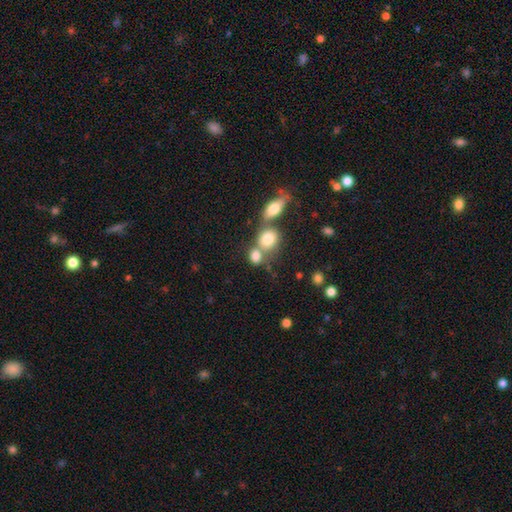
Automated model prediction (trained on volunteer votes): Smooth or featured? Predicted: smooth (p=0.80). How rounded? Predicted: round (p=0.57). Merging? Predicted: merger (p=0.48).